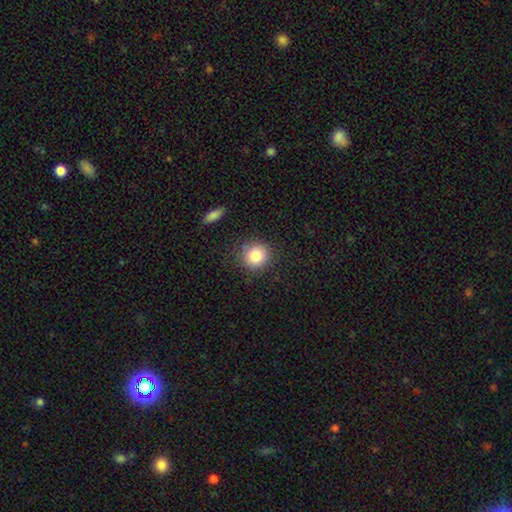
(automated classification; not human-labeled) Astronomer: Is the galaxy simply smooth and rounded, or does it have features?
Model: smooth — 83%.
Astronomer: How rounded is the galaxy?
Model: round — 89%.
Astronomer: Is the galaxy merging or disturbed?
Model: none — 84%.